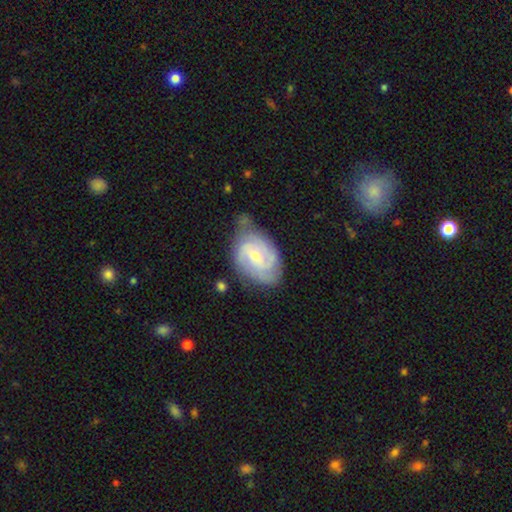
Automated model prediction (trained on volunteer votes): smooth_or_featured: featured or disk (p=0.82) [alt: smooth p=0.13]
disk_edge_on: no (p=0.97) [alt: yes p=0.03]
bar: weak (p=0.49) [alt: no p=0.39]
has_spiral_arms: yes (p=0.95) [alt: no p=0.05]
spiral_winding: tight (p=0.53) [alt: medium p=0.38]
spiral_arm_count: 2 (p=0.36) [alt: 3 p=0.30]
bulge_size: small (p=0.59) [alt: moderate p=0.37]
merging: none (p=0.59) [alt: minor disturbance p=0.28]